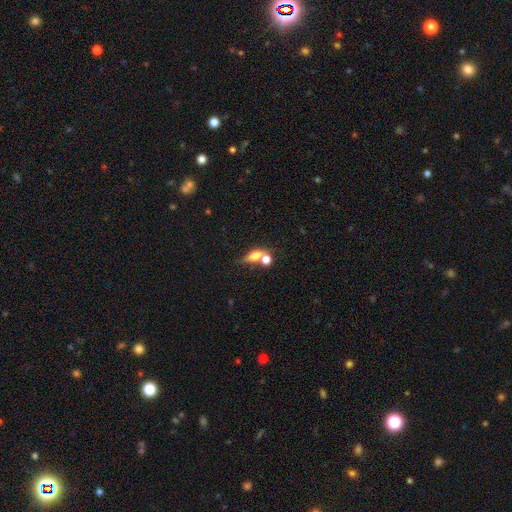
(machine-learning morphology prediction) smooth-or-featured: smooth: 67% | featured or disk: 21% | star or artifact: 12%
  how-rounded: in between: 62% | round: 24% | cigar-shaped: 15%
  merging: merger: 43% | none: 36% | minor disturbance: 13% | major disturbance: 9%